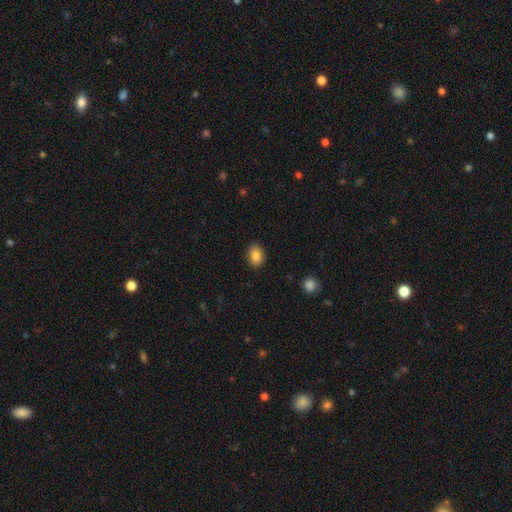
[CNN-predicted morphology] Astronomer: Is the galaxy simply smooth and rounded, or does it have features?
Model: smooth — 85%.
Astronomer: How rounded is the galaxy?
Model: in between — 68%.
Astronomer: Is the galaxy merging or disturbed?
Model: none — 88%.